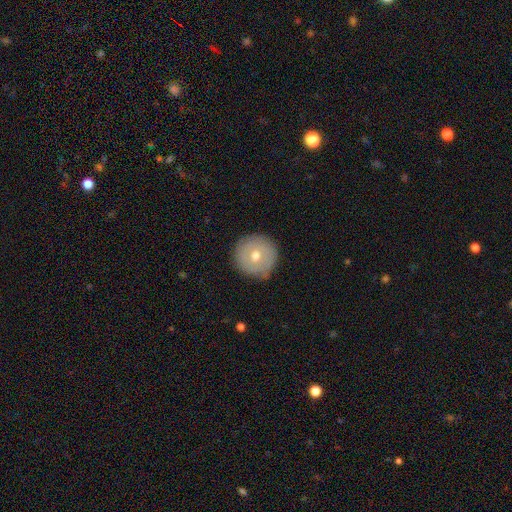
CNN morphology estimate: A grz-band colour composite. It shows a smooth galaxy with no disk features (60%) that is round (96%). Merging: none (86%).